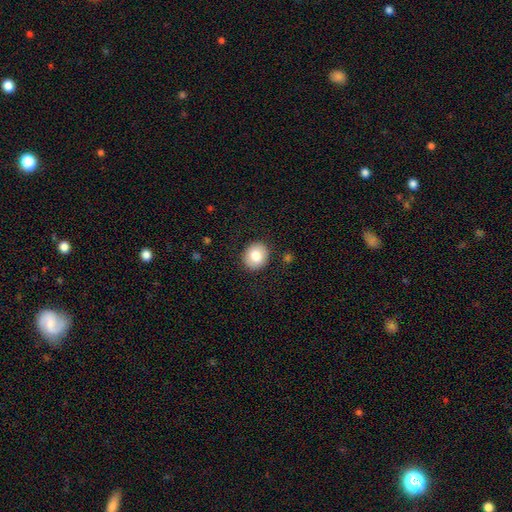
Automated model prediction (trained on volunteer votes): smooth 80%, featured or disk 12%, star or artifact 8%. Down the decision tree: how rounded — round (72%); merging — none (89%).